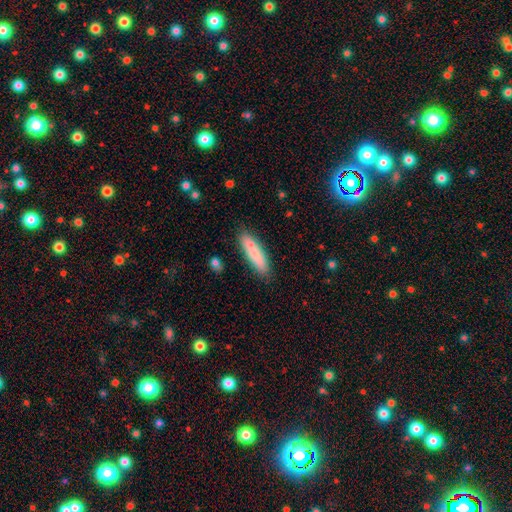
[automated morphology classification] Q: Smooth or featured?
A: smooth (79%); runner-up: featured or disk (15%)
Q: How rounded?
A: cigar-shaped (66%); runner-up: in between (32%)
Q: Merging?
A: none (81%); runner-up: minor disturbance (12%)